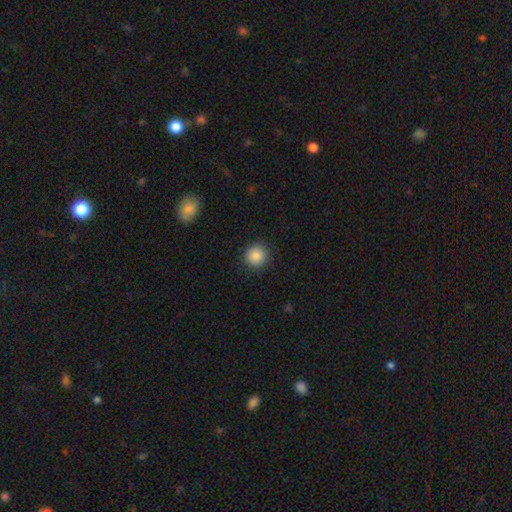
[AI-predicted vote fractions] Overall: smooth (86%). How rounded: round (93%). Merging: none (90%).